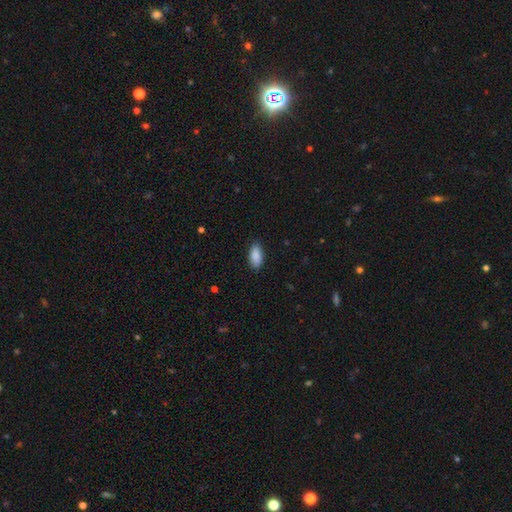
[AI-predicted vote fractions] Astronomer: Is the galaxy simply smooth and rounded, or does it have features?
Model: smooth — 90%.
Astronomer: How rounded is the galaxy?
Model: in between — 90%.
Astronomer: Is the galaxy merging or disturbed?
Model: none — 87%.